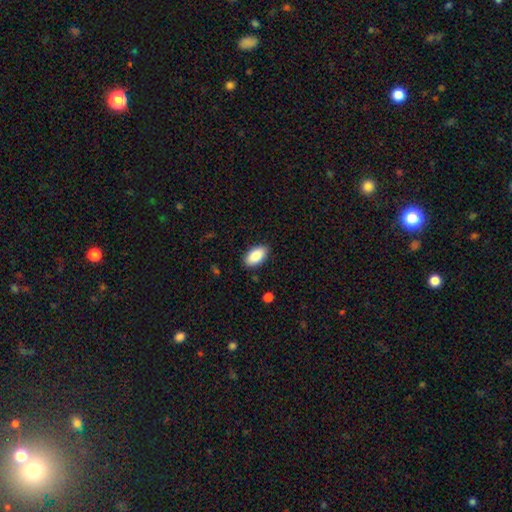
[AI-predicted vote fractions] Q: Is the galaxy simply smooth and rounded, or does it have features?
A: smooth — 88%.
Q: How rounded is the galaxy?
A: in between — 94%.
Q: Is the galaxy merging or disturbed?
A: none — 86%.